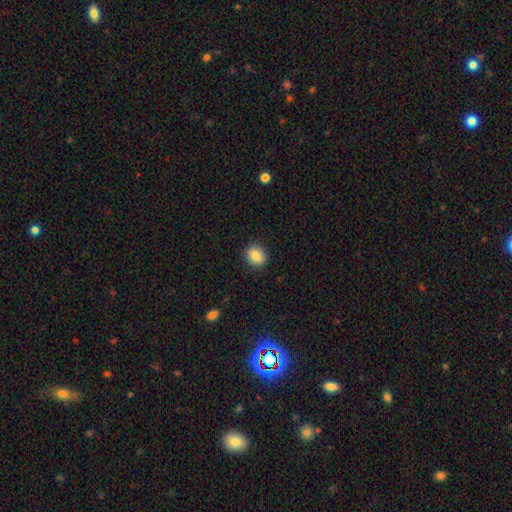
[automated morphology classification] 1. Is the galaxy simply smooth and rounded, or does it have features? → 84% smooth, 9% star or artifact, 7% featured or disk.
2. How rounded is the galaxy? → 64% round, 35% in between, 1% cigar-shaped.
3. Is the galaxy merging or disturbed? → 90% none, 7% minor disturbance, 2% major disturbance, 1% merger.